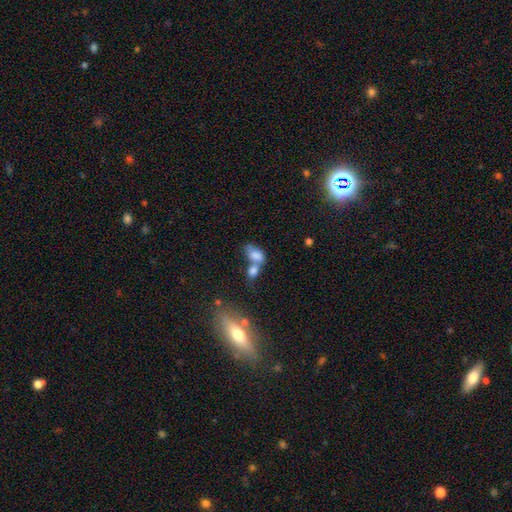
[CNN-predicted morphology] This appears to be a smooth galaxy with no disk features (73%) that is in between round and cigar-shaped (85%). Merging: merger (63%).